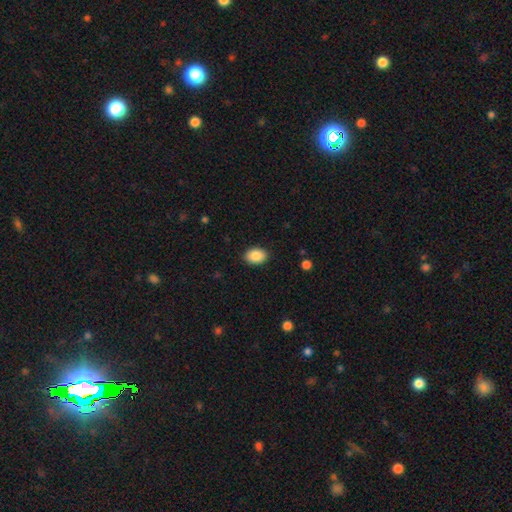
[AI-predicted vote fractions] Q: Smooth or featured?
A: smooth (88%); runner-up: star or artifact (7%)
Q: How rounded?
A: in between (80%); runner-up: round (19%)
Q: Merging?
A: none (89%); runner-up: minor disturbance (8%)